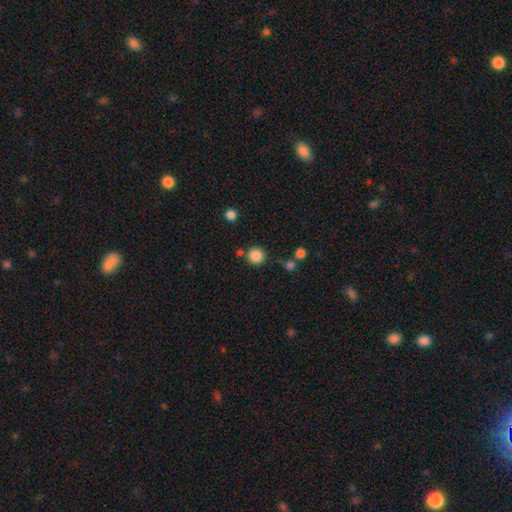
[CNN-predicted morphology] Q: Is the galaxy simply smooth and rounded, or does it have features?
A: smooth — 85%.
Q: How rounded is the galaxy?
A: round — 95%.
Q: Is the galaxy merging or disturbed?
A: none — 80%.